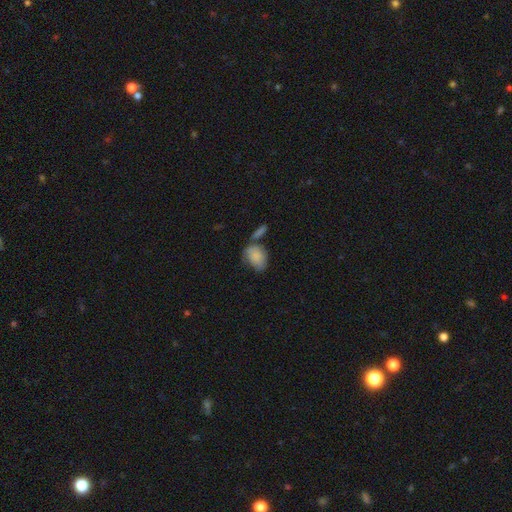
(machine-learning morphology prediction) Smooth or featured?
  - smooth: 82% *
  - featured or disk: 12%
  - star or artifact: 7%
How rounded?
  - in between: 78% *
  - round: 20%
  - cigar-shaped: 2%
Merging?
  - none: 43% *
  - minor disturbance: 25%
  - merger: 22%
  - major disturbance: 10%